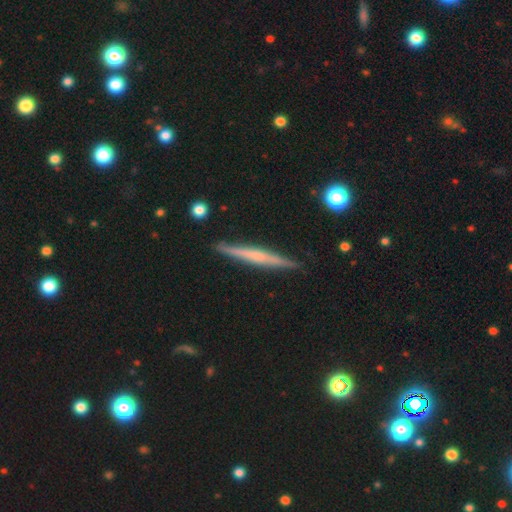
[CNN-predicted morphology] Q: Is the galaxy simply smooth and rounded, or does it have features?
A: featured or disk — 63%.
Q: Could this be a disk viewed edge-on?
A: yes — 98%.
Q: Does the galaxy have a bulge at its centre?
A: none — 49%.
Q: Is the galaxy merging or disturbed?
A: none — 90%.